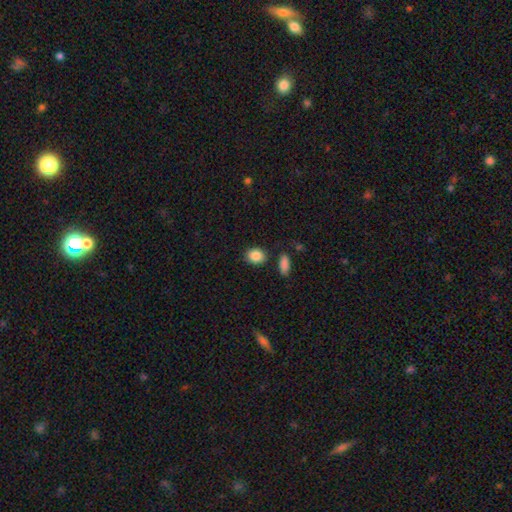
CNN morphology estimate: A smooth galaxy with no disk features (88%) that is round (50%).

Vote fractions:
- Smooth or featured? smooth: 88% / star or artifact: 8% / featured or disk: 4%
- How rounded? round: 50% / in between: 49% / cigar-shaped: 1%
- Merging? none: 82% / minor disturbance: 10% / merger: 5% / major disturbance: 3%